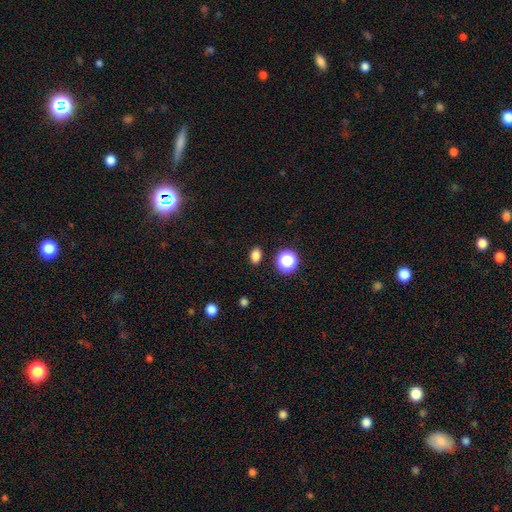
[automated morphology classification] A smooth galaxy with no disk features (82%) that is in between round and cigar-shaped (74%).

Vote fractions:
- Smooth or featured? smooth: 82% / star or artifact: 14% / featured or disk: 4%
- How rounded? in between: 74% / round: 24% / cigar-shaped: 1%
- Merging? none: 88% / minor disturbance: 8% / major disturbance: 2% / merger: 2%